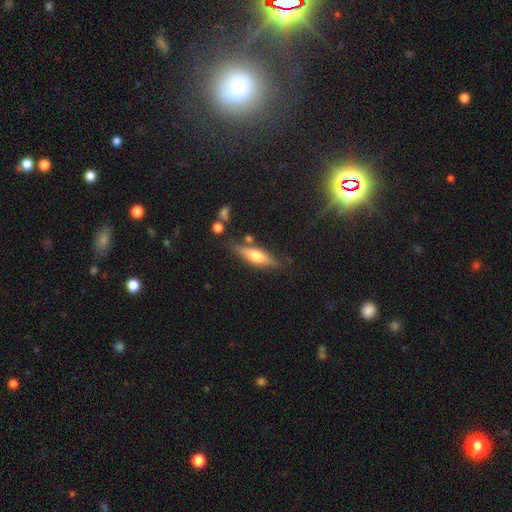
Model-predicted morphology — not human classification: The model was most divided on "smooth or featured": smooth: 47%, featured or disk: 46%, star or artifact: 7%. More confident: merging — none (75%).